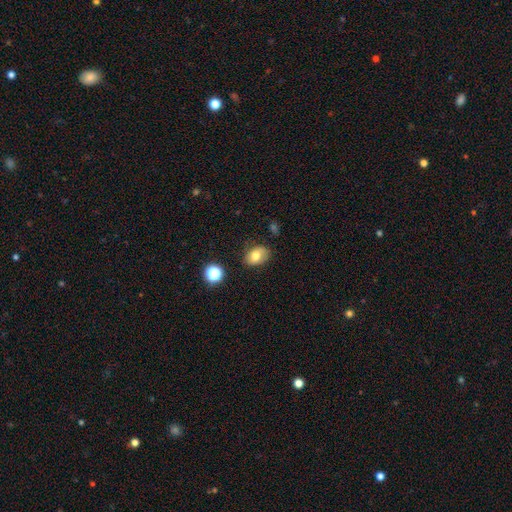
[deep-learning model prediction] This appears to be a smooth galaxy with no disk features (72%) that is in between round and cigar-shaped (77%). Merging: none (75%).